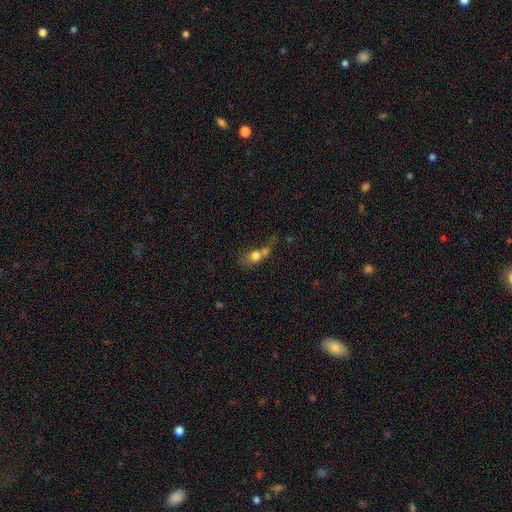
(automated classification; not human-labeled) The model was most divided on "how rounded": in between: 47%, round: 46%, cigar-shaped: 7%. More confident: smooth or featured — smooth (68%); merging — merger (58%).